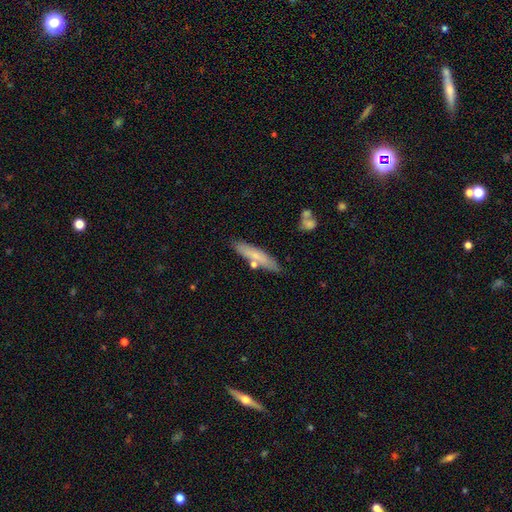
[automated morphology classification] smooth_or_featured: smooth (p=0.66) [alt: featured or disk p=0.27]
how_rounded: cigar-shaped (p=0.83) [alt: in between p=0.15]
merging: none (p=0.79) [alt: minor disturbance p=0.12]